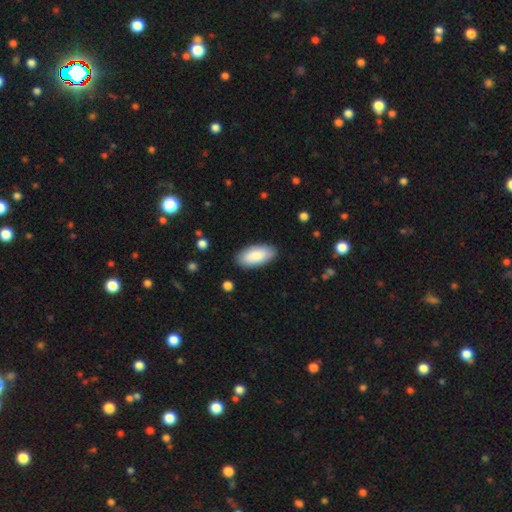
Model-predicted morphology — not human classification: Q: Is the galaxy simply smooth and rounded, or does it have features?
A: smooth — 84%.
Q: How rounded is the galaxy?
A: in between — 92%.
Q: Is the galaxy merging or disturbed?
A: none — 87%.